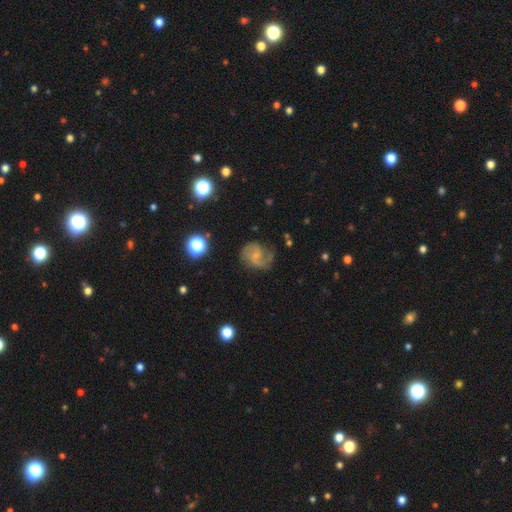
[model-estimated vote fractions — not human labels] Smooth or featured: featured or disk — 73% (smooth — 18%)
Edge-on disk: no — 98% (yes — 2%)
Bar: no — 56% (weak — 38%)
Spiral arms: yes — 93% (no — 7%)
Spiral winding: medium — 48% (loose — 32%)
Spiral arm count: 2 — 65% (1 — 16%)
Bulge size: small — 49% (none — 33%)
Merging: none — 58% (minor disturbance — 21%)